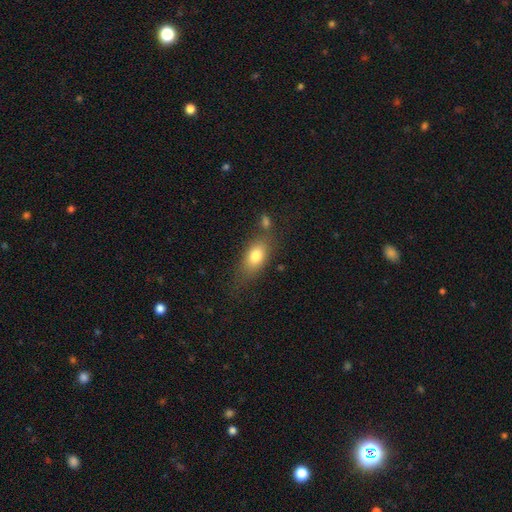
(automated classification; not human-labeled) Morphology: type=smooth (77%); roundness=in between (82%); merging=none (61%).